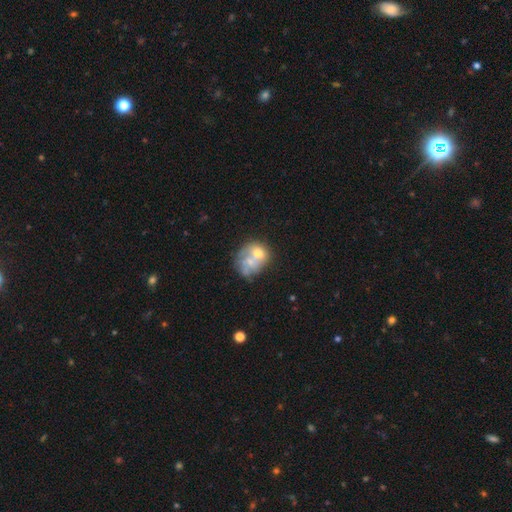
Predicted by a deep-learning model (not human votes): This appears to be a smooth galaxy with no disk features (48%). Merging: merger (53%).